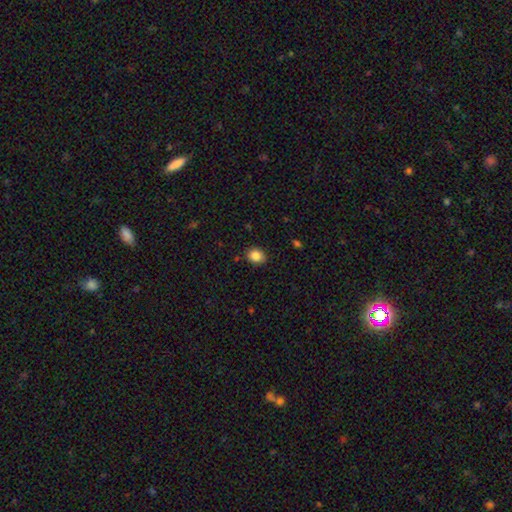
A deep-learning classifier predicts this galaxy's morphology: A smooth galaxy with no disk features (86%) that is round (51%). Merging: none (85%).